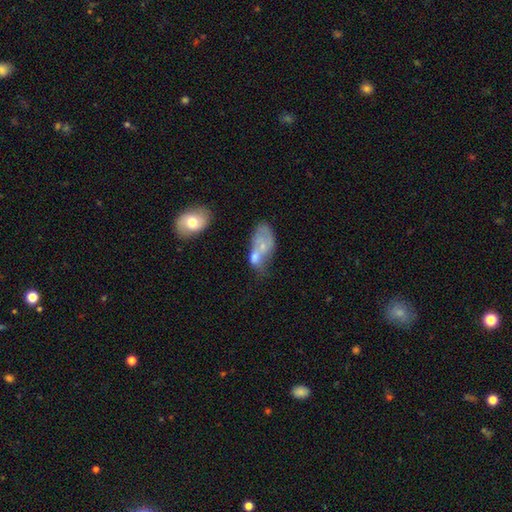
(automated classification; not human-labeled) smooth_or_featured: smooth (p=0.45) [alt: featured or disk p=0.44]
merging: merger (p=0.44) [alt: none p=0.22]